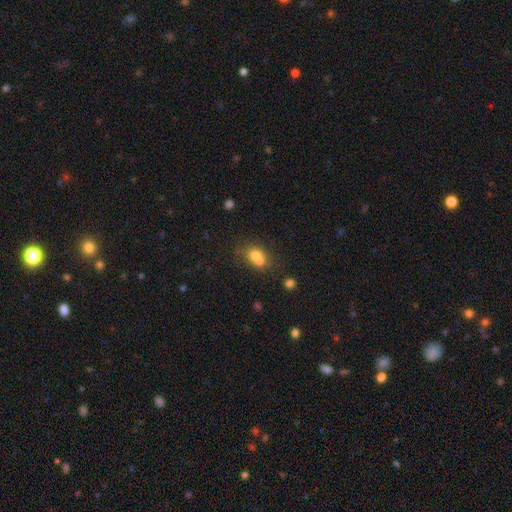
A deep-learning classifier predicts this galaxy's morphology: smooth 69%, featured or disk 18%, star or artifact 13%. Down the decision tree: how rounded — round (57%); merging — merger (52%).